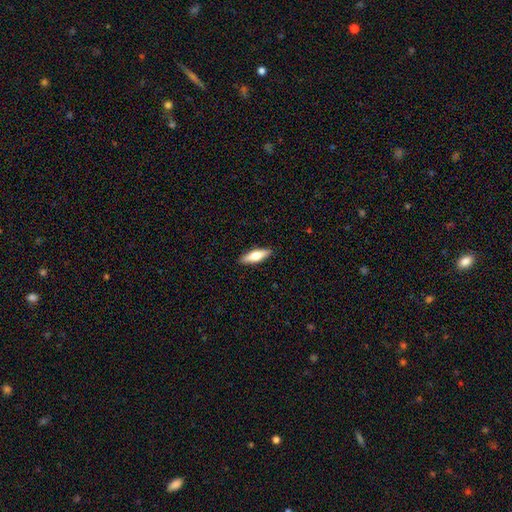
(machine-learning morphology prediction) type=smooth (66%); roundness=cigar-shaped (50%); merging=none (90%).